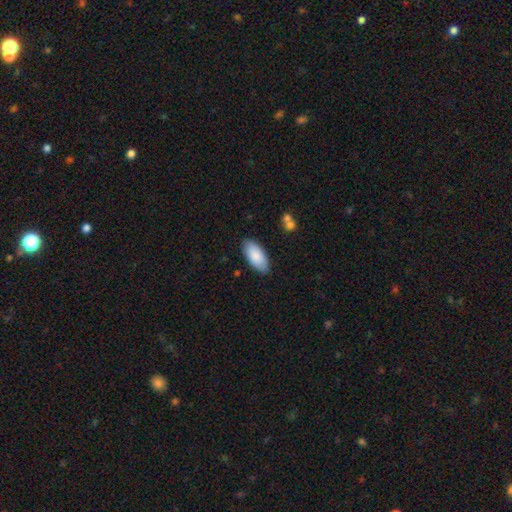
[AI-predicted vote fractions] Q: Smooth or featured?
A: smooth (86%); runner-up: featured or disk (9%)
Q: How rounded?
A: in between (90%); runner-up: cigar-shaped (8%)
Q: Merging?
A: none (85%); runner-up: minor disturbance (11%)